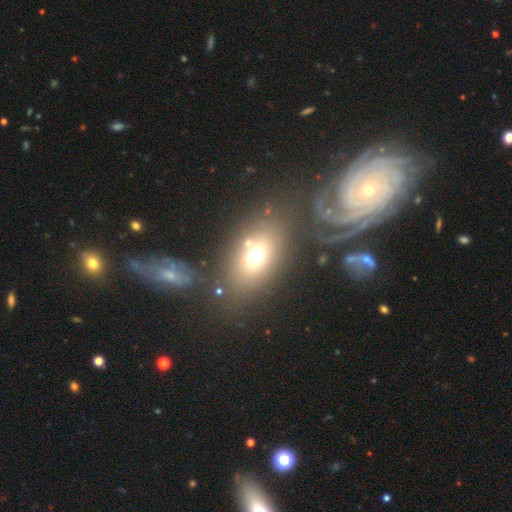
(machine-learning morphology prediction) Smooth or featured: smooth — 64% (featured or disk — 19%)
How rounded: in between — 72% (round — 26%)
Merging: none — 65% (minor disturbance — 13%)